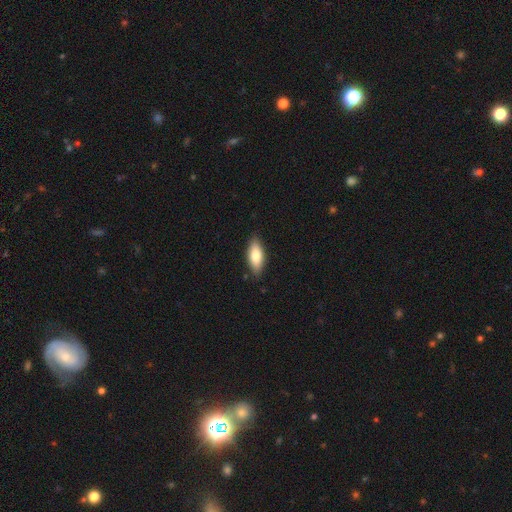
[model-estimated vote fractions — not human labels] A smooth galaxy with no disk features (76%) that is in between round and cigar-shaped (79%).

Vote fractions:
- Smooth or featured? smooth: 76% / featured or disk: 18% / star or artifact: 6%
- How rounded? in between: 79% / cigar-shaped: 19% / round: 2%
- Merging? none: 85% / minor disturbance: 12% / major disturbance: 2% / merger: 1%